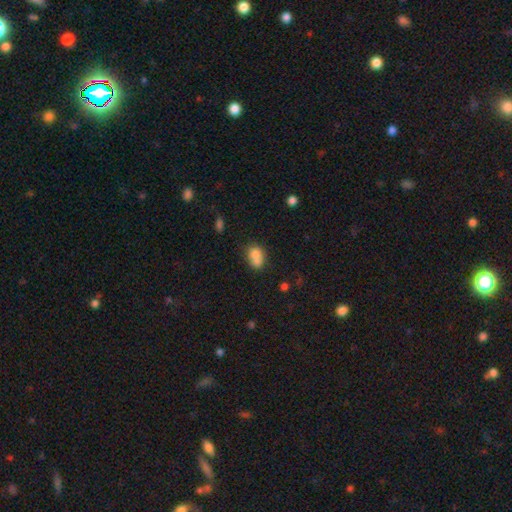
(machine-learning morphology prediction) smooth-or-featured: smooth: 75% | featured or disk: 15% | star or artifact: 10%
  how-rounded: in between: 58% | round: 41% | cigar-shaped: 1%
  merging: merger: 49% | none: 32% | minor disturbance: 13% | major disturbance: 5%